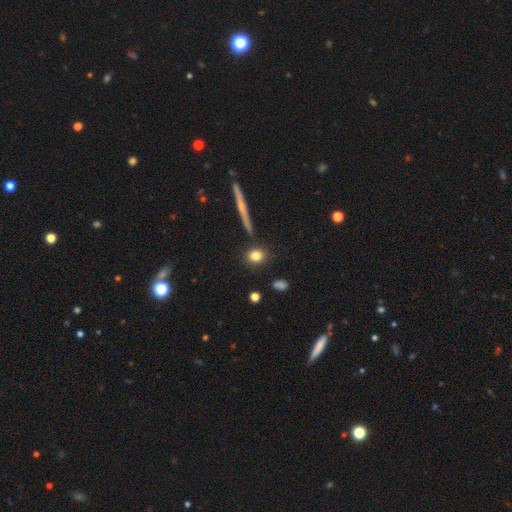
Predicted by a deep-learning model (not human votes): This appears to be a smooth galaxy with no disk features (82%) that is round (65%). Merging: none (84%).